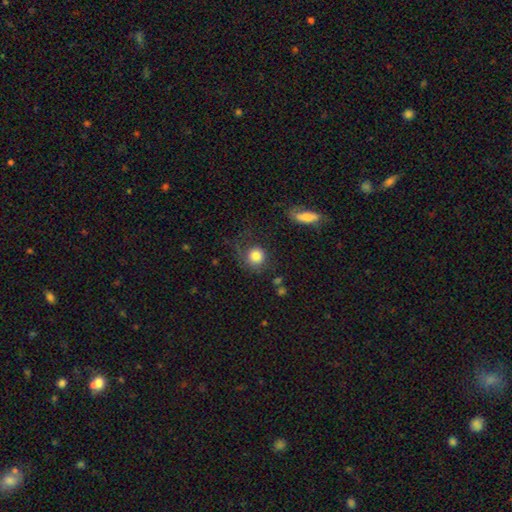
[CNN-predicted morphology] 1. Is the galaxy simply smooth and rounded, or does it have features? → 79% smooth, 13% featured or disk, 8% star or artifact.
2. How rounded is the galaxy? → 88% round, 11% in between, 1% cigar-shaped.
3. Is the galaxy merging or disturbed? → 56% none, 21% major disturbance, 18% minor disturbance, 4% merger.